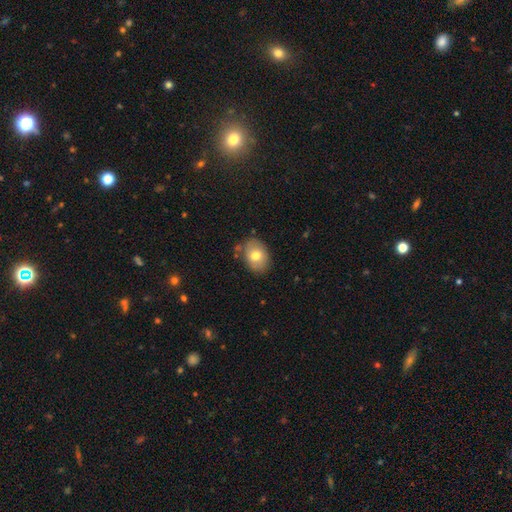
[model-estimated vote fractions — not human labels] Morphology: type=smooth (73%); roundness=in between (70%); merging=none (78%).